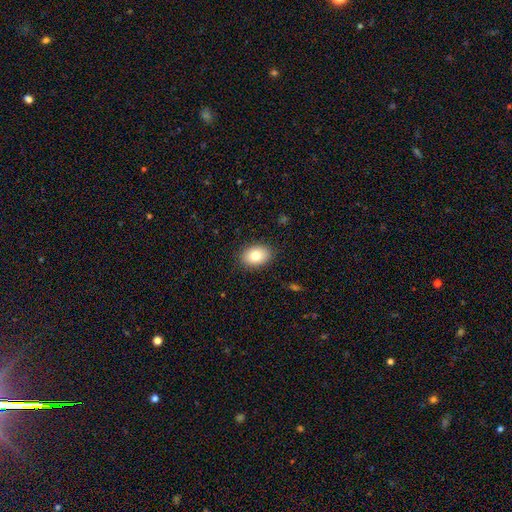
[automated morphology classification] Smooth or featured?
  - smooth: 80% *
  - featured or disk: 11%
  - star or artifact: 9%
How rounded?
  - in between: 79% *
  - round: 20%
  - cigar-shaped: 1%
Merging?
  - none: 88% *
  - minor disturbance: 9%
  - major disturbance: 2%
  - merger: 1%